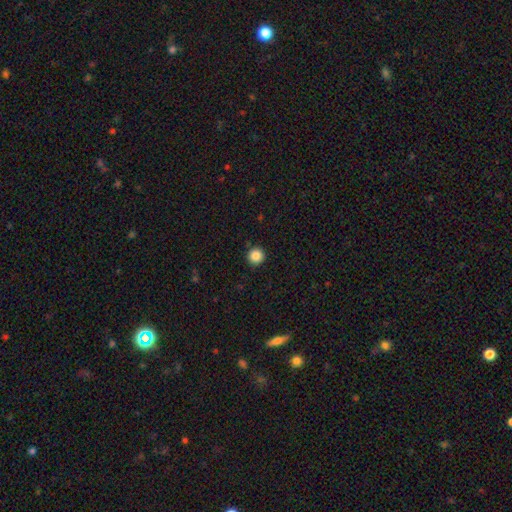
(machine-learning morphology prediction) The model was most divided on "smooth or featured": smooth: 87%, star or artifact: 10%, featured or disk: 3%. More confident: how rounded — round (96%); merging — none (92%).